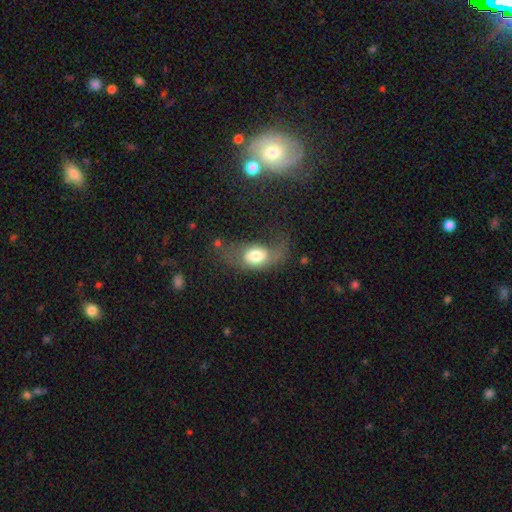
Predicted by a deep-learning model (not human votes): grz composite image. It shows a smooth galaxy with no disk features (59%) that is in between round and cigar-shaped (80%). Merging: major disturbance (38%).